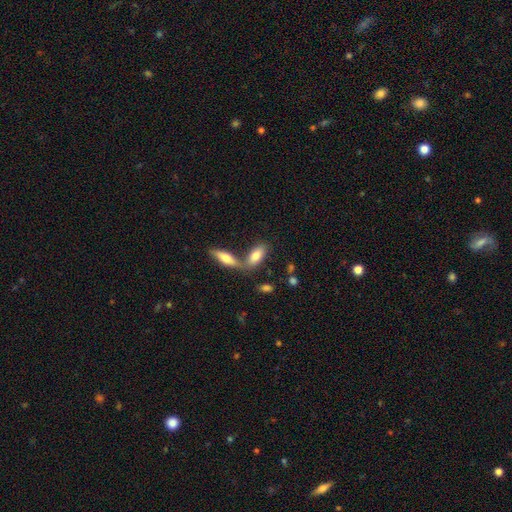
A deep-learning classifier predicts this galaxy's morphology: type=smooth (77%); roundness=in between (83%); merging=merger (43%, tied with none).